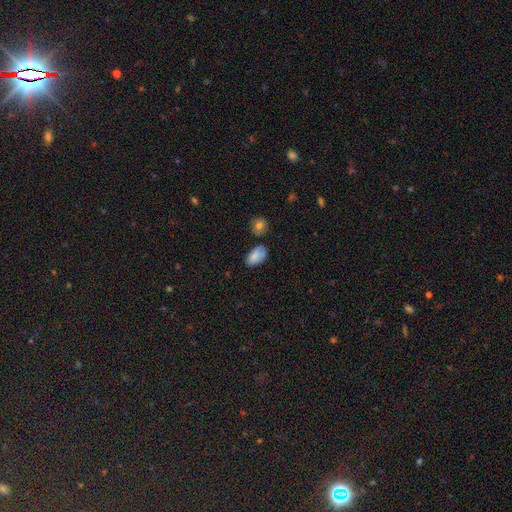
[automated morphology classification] The model was most divided on "merging": none: 59%, minor disturbance: 27%, major disturbance: 7%, merger: 7%. More confident: how rounded — in between (92%); smooth or featured — smooth (80%).